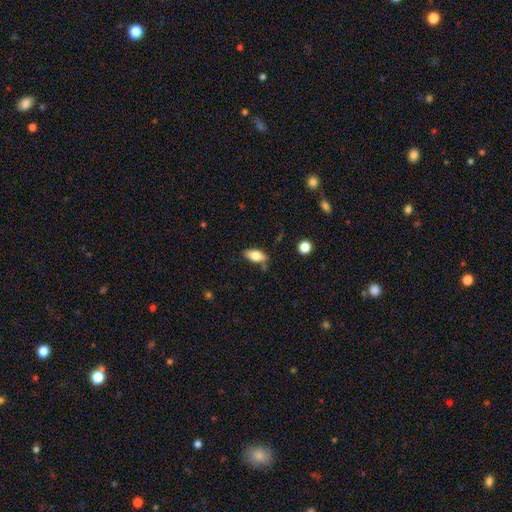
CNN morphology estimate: smooth 76%, featured or disk 16%, star or artifact 8%. Down the decision tree: how rounded — in between (87%); merging — none (74%).